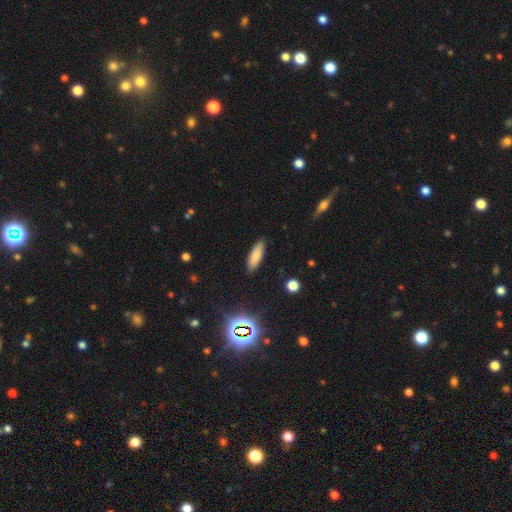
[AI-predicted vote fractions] Smooth or featured: smooth — 82% (featured or disk — 9%)
How rounded: in between — 55% (cigar-shaped — 43%)
Merging: none — 88% (minor disturbance — 9%)